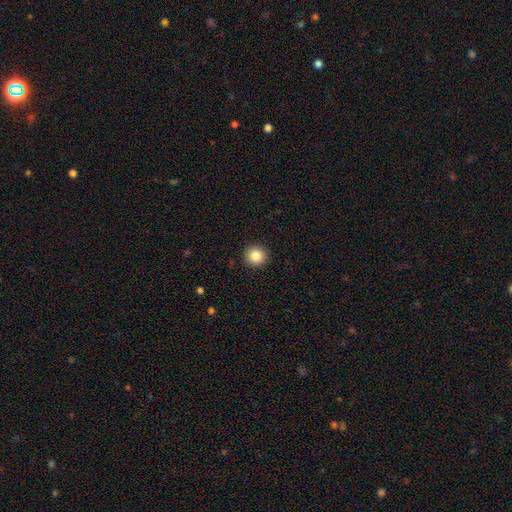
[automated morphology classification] smooth_or_featured: smooth (p=0.86) [alt: star or artifact p=0.10]
how_rounded: round (p=0.94) [alt: in between p=0.05]
merging: none (p=0.92) [alt: minor disturbance p=0.05]